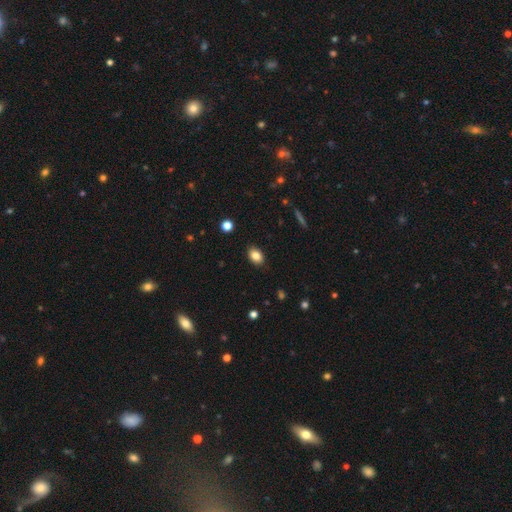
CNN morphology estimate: Smooth or featured?
  - smooth: 84% *
  - star or artifact: 9%
  - featured or disk: 7%
How rounded?
  - in between: 81% *
  - round: 18%
  - cigar-shaped: 1%
Merging?
  - none: 88% *
  - minor disturbance: 9%
  - major disturbance: 2%
  - merger: 1%